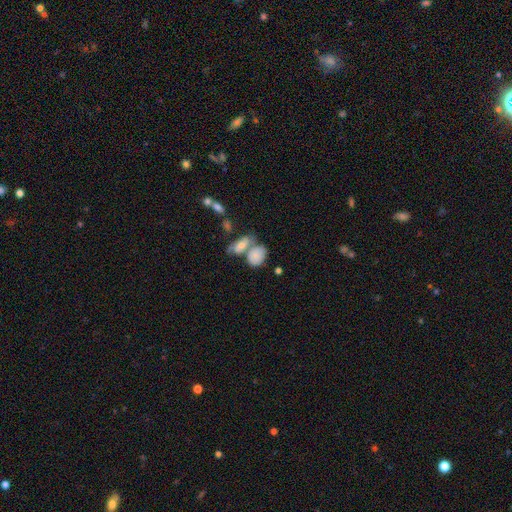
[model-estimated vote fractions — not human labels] This is likely a smooth galaxy (73%). How rounded: likely in between (71%). Merging: possibly merger (49%).